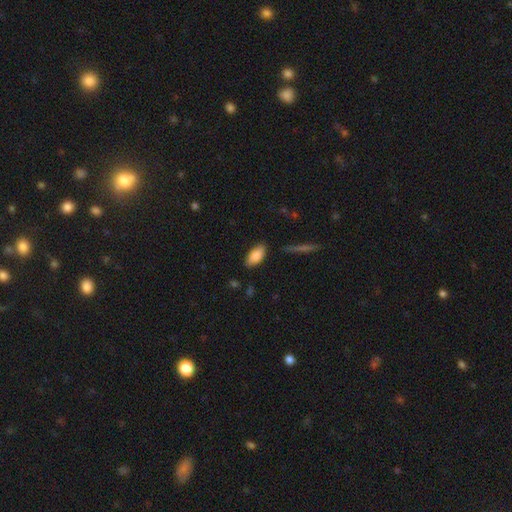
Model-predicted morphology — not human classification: type=smooth (83%); roundness=in between (90%); merging=none (84%).